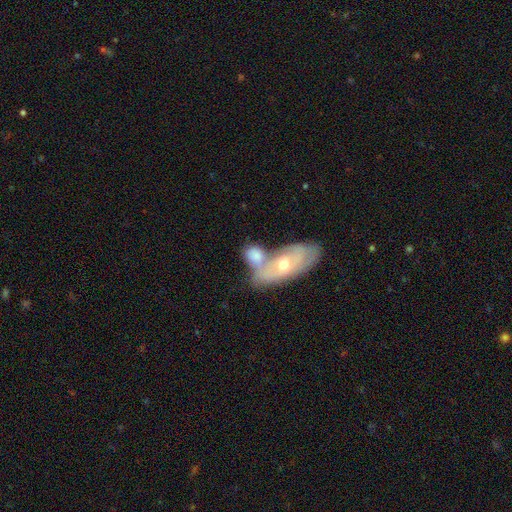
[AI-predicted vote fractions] smooth 62%, featured or disk 32%, star or artifact 6%. Down the decision tree: how rounded — in between (76%); merging — merger (56%).